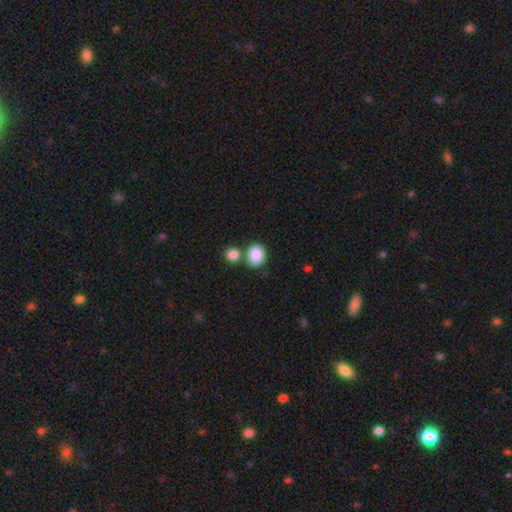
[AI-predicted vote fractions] This appears to be a smooth galaxy with no disk features (87%) that is round (65%). Merging: none (57%).